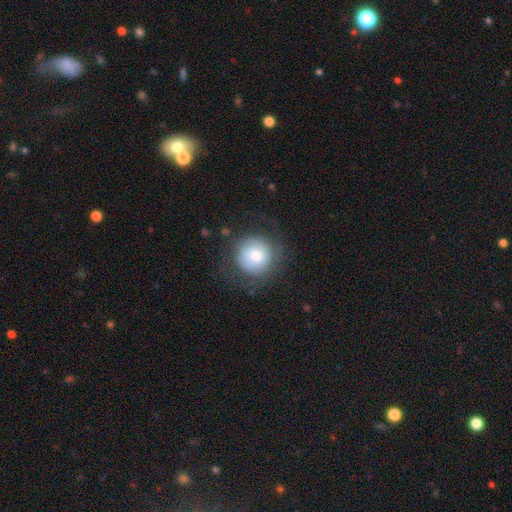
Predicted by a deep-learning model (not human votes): smooth 66%, featured or disk 25%, star or artifact 8%. Down the decision tree: how rounded — round (94%); merging — none (68%).